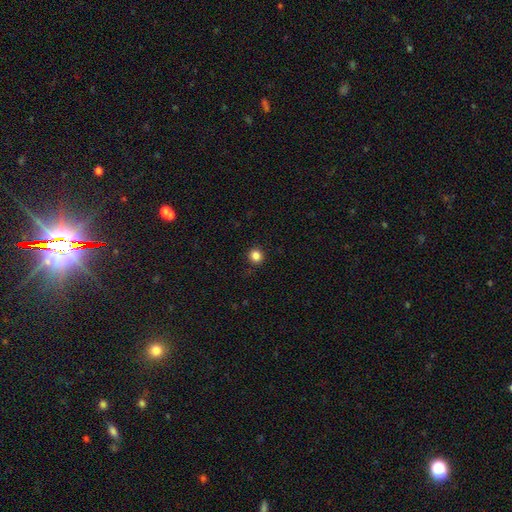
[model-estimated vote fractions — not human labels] A smooth galaxy with no disk features (84%) that is round (91%).

Vote fractions:
- Smooth or featured? smooth: 84% / star or artifact: 12% / featured or disk: 4%
- How rounded? round: 91% / in between: 8% / cigar-shaped: 1%
- Merging? none: 89% / minor disturbance: 7% / major disturbance: 2% / merger: 1%